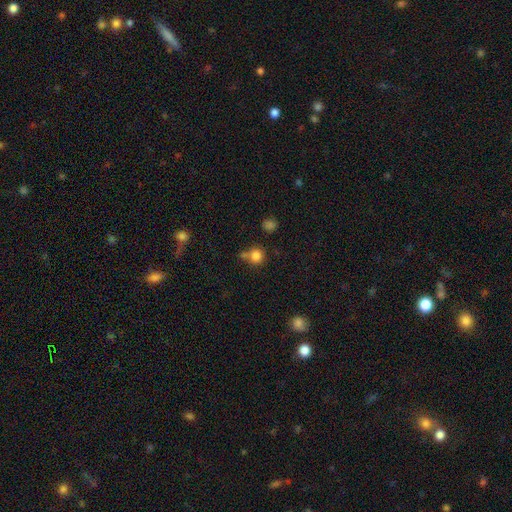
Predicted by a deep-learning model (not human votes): Q: Smooth or featured?
A: smooth (82%); runner-up: star or artifact (12%)
Q: How rounded?
A: round (90%); runner-up: in between (9%)
Q: Merging?
A: none (60%); runner-up: merger (22%)